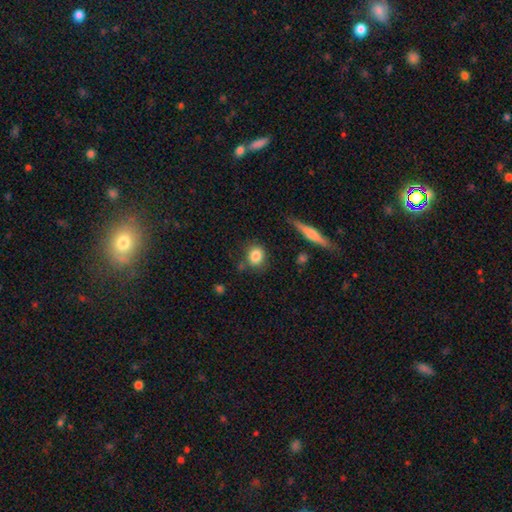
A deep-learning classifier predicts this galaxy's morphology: Overall: smooth (85%). How rounded: round (59%; in between 39%). Merging: none (76%).